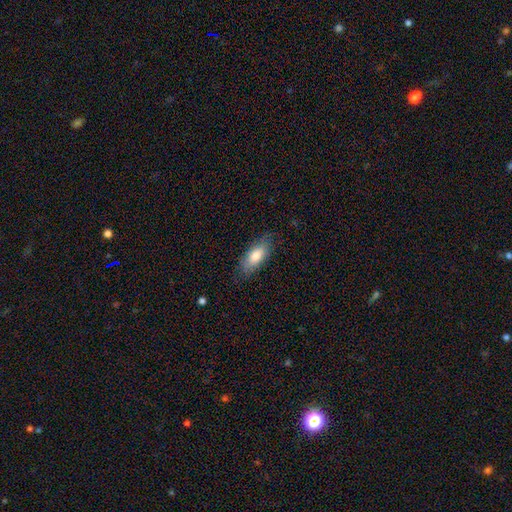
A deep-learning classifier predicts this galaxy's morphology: Smooth or featured: smooth — 77% (featured or disk — 17%)
How rounded: in between — 81% (cigar-shaped — 16%)
Merging: none — 78% (minor disturbance — 17%)